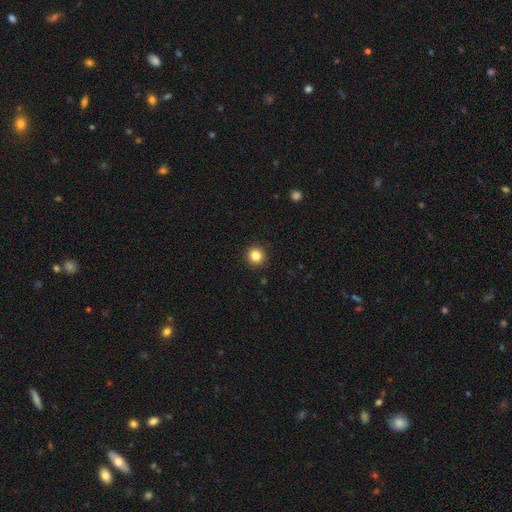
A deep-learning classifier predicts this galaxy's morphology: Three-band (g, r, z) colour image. It shows a smooth galaxy with no disk features (84%) that is round (94%). Merging: none (92%).